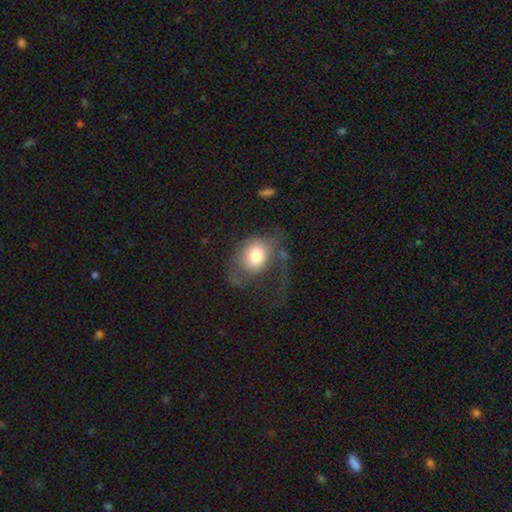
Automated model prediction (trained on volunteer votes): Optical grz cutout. It shows a smooth galaxy with no disk features (67%) that is in between round and cigar-shaped (50%). Merging: major disturbance (50%).